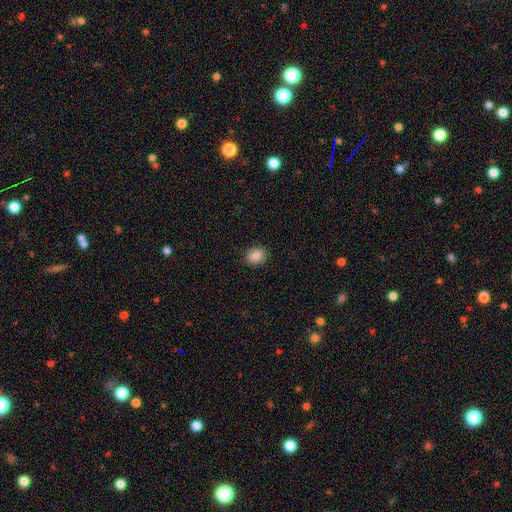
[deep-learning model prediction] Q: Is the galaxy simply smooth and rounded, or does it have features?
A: smooth — 86%.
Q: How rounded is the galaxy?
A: round — 61%.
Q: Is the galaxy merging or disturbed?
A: none — 91%.